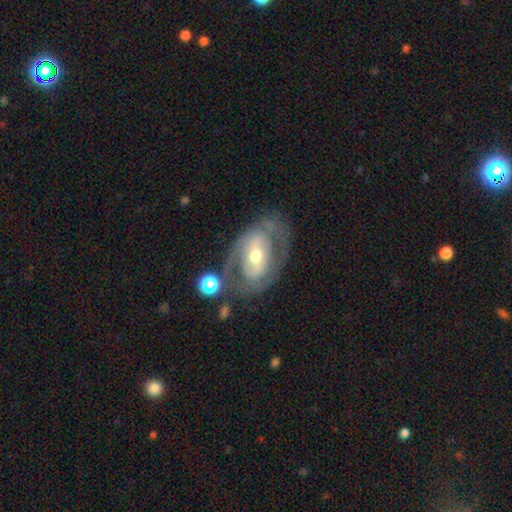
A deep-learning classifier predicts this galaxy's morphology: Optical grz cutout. It shows a featured or disk galaxy (75%) with no bar (34%, tied with weak), spiral arms (59%) and a moderate central bulge (65%). Merging: none (60%).